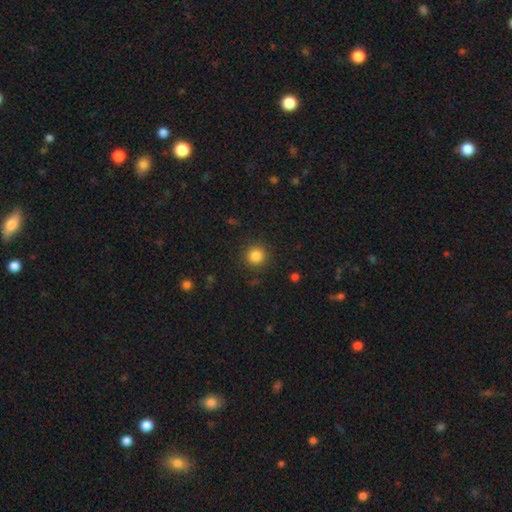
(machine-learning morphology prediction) Smooth or featured? Predicted: smooth (p=0.84). How rounded? Predicted: round (p=0.94). Merging? Predicted: none (p=0.90).